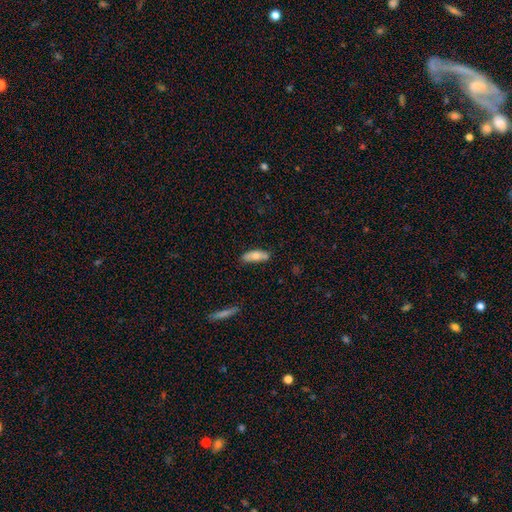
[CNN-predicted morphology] This appears to be a smooth galaxy with no disk features (69%) that is in between round and cigar-shaped (66%). Merging: none (75%).